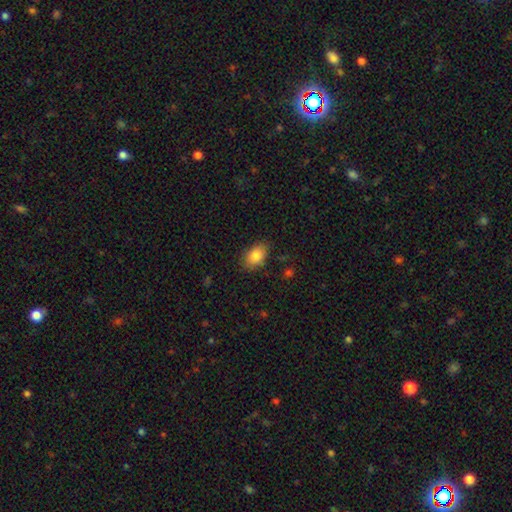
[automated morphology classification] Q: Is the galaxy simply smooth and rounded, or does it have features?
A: smooth — 85%.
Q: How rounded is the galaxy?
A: in between — 84%.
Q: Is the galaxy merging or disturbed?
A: none — 83%.